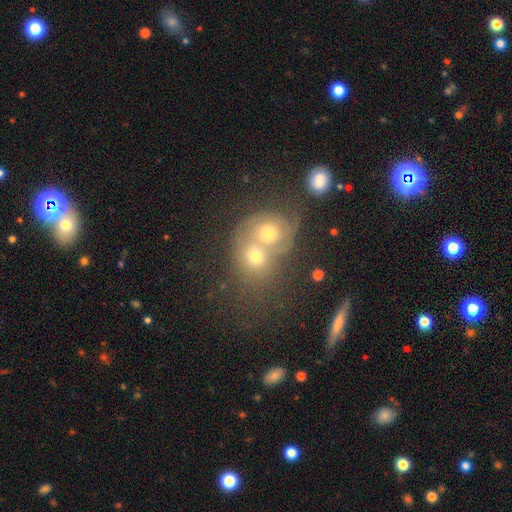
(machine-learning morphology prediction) A smooth galaxy with no disk features (48%). Merging: merger (69%).